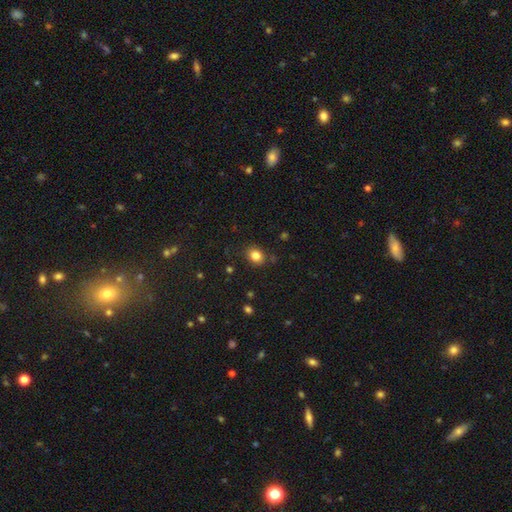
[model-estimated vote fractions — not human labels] smooth_or_featured: smooth (p=0.83) [alt: star or artifact p=0.12]
how_rounded: round (p=0.55) [alt: in between p=0.44]
merging: none (p=0.85) [alt: minor disturbance p=0.10]